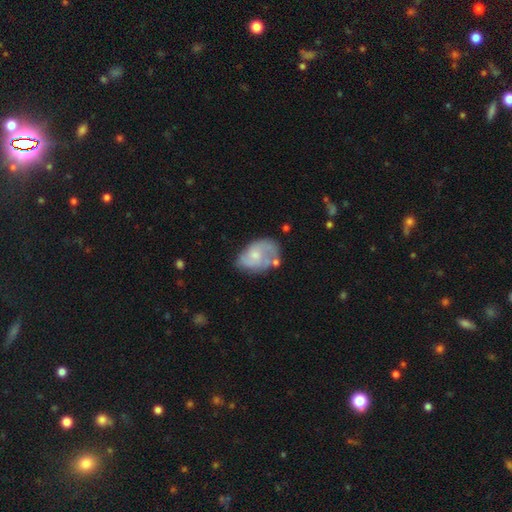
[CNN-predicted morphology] A featured or disk galaxy (64%) with no bar (68%), 2 (52%) medium (44%) spiral arms (82%) and a small central bulge (50%). Merging: none (50%).